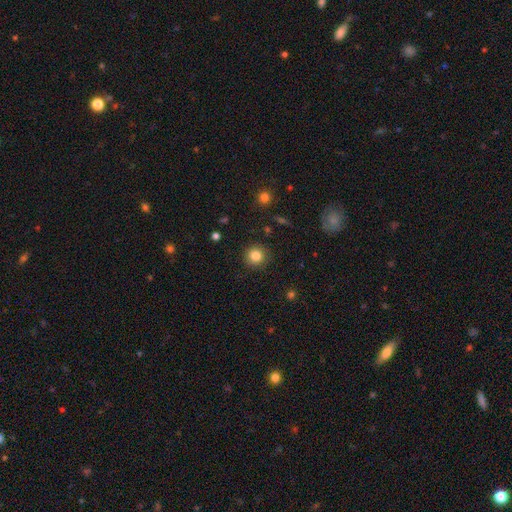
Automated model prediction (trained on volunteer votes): Smooth or featured?
  - smooth: 83% *
  - star or artifact: 11%
  - featured or disk: 6%
How rounded?
  - round: 93% *
  - in between: 6%
  - cigar-shaped: 1%
Merging?
  - none: 90% *
  - minor disturbance: 7%
  - major disturbance: 2%
  - merger: 1%